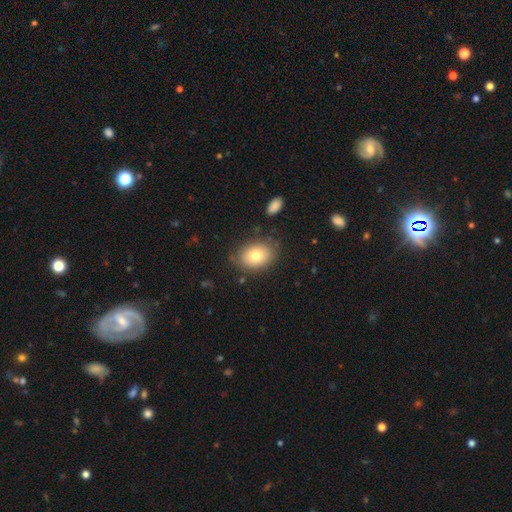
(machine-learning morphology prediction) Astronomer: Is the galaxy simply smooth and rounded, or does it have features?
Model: smooth — 78%.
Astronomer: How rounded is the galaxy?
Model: in between — 74%.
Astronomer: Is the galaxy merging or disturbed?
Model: none — 80%.